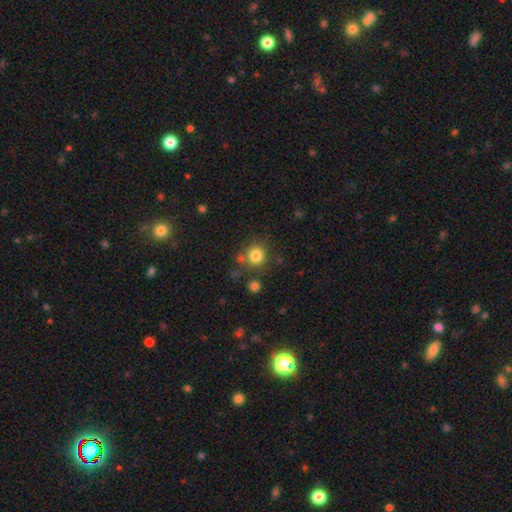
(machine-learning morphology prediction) Q: Smooth or featured?
A: smooth (82%); runner-up: star or artifact (12%)
Q: How rounded?
A: round (91%); runner-up: in between (8%)
Q: Merging?
A: none (74%); runner-up: minor disturbance (11%)